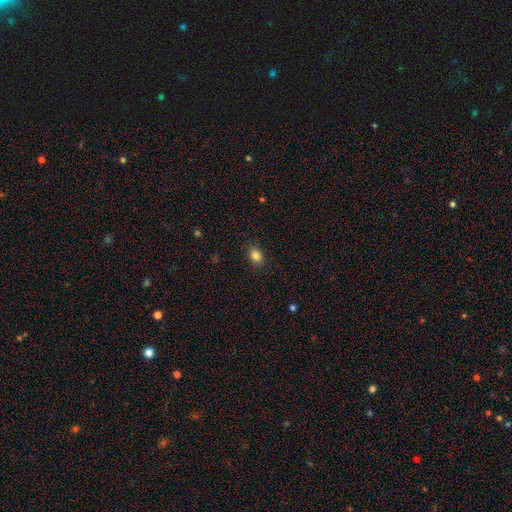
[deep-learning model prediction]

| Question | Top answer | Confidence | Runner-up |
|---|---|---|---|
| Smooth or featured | smooth | 84% | star or artifact (11%) |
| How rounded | round | 52% | in between (47%) |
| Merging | none | 88% | minor disturbance (9%) |